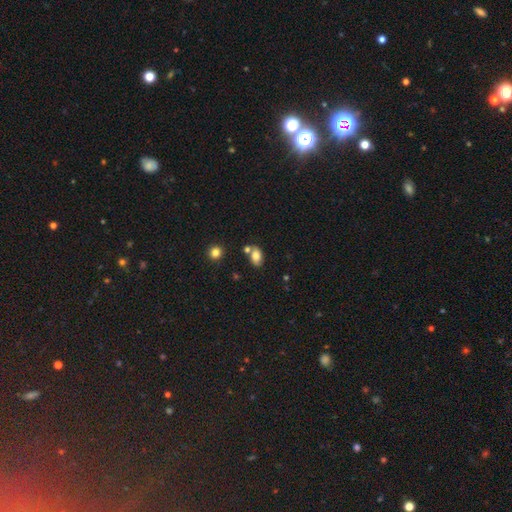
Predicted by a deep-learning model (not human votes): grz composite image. It shows a smooth galaxy with no disk features (77%) that is in between round and cigar-shaped (86%). Merging: none (59%).